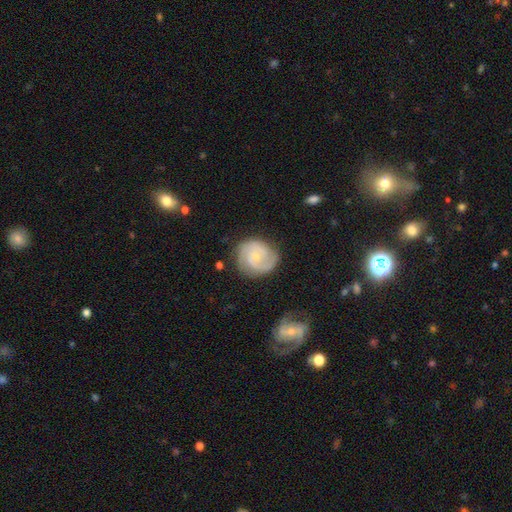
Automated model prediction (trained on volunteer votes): smooth-or-featured: featured or disk: 80% | smooth: 15% | star or artifact: 6%
  disk-edge-on: no: 98% | yes: 2%
    bar: no: 62% | weak: 33% | strong: 5%
    has-spiral-arms: yes: 96% | no: 4%
      spiral-winding: tight: 54% | medium: 38% | loose: 8%
      spiral-arm-count: 2: 71% | 3: 11% | can't tell: 10% | 1: 3% | 4: 2% | more than 4: 2%
    bulge-size: small: 69% | moderate: 19% | none: 10% | large: 1% | dominant: 1%
  merging: none: 78% | minor disturbance: 15% | major disturbance: 5% | merger: 2%